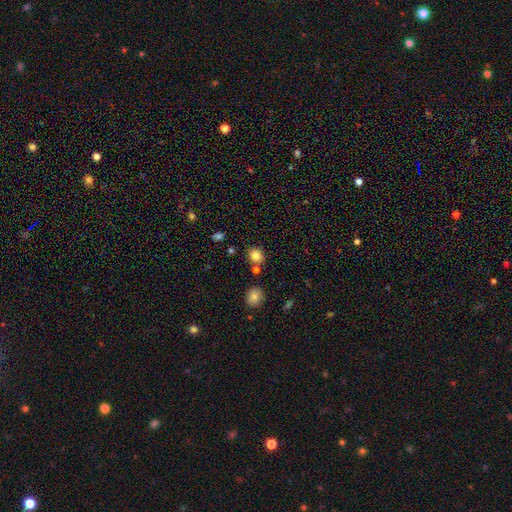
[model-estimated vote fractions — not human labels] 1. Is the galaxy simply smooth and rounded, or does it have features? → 82% smooth, 12% star or artifact, 6% featured or disk.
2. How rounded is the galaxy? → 82% round, 17% in between, 1% cigar-shaped.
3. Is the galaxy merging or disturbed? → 76% none, 11% merger, 10% minor disturbance, 3% major disturbance.